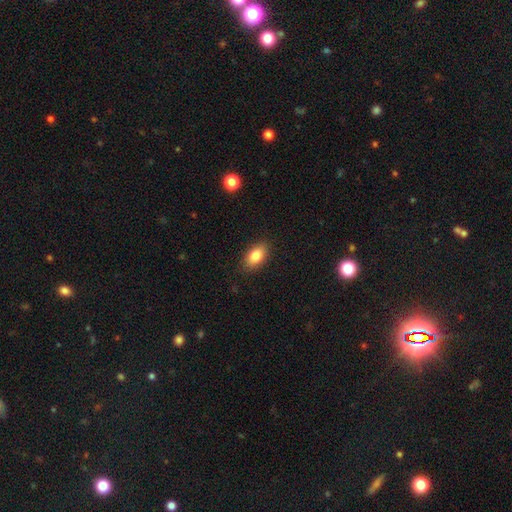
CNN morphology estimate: This appears to be a smooth galaxy with no disk features (84%) that is in between round and cigar-shaped (90%). Merging: none (87%).